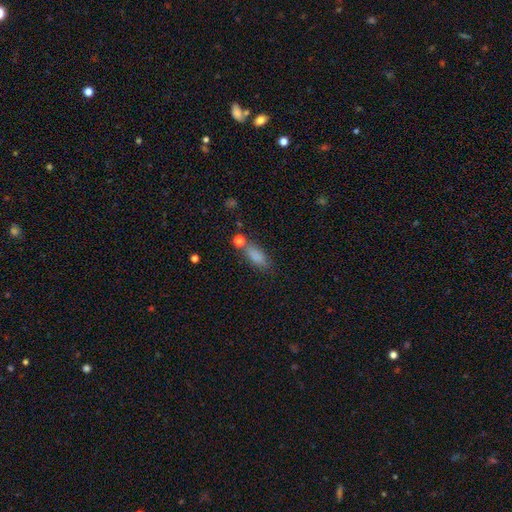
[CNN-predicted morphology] Overall: smooth (81%). How rounded: in between (71%). Merging: none (65%).